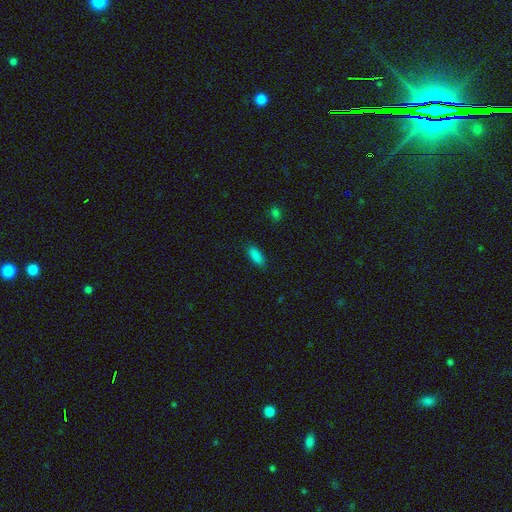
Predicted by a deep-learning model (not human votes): smooth 87%, star or artifact 9%, featured or disk 4%. Down the decision tree: how rounded — in between (76%); merging — none (86%).